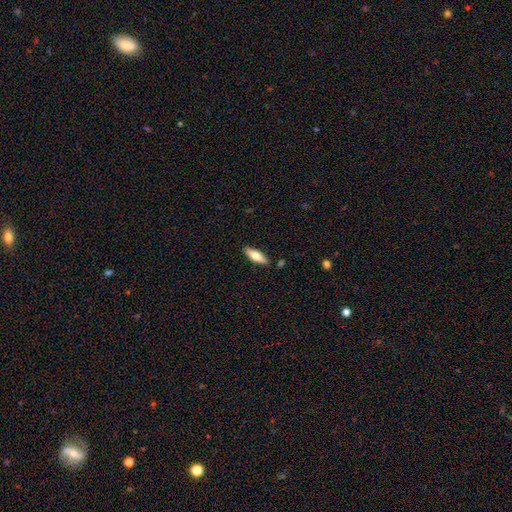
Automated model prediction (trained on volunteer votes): Q: Smooth or featured?
A: smooth (62%); runner-up: featured or disk (32%)
Q: How rounded?
A: in between (53%); runner-up: cigar-shaped (44%)
Q: Merging?
A: none (87%); runner-up: minor disturbance (9%)